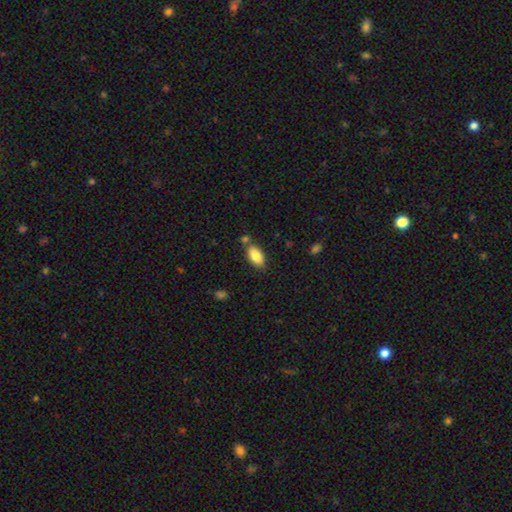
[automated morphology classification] Overall: smooth (85%). How rounded: in between (91%). Merging: none (73%).